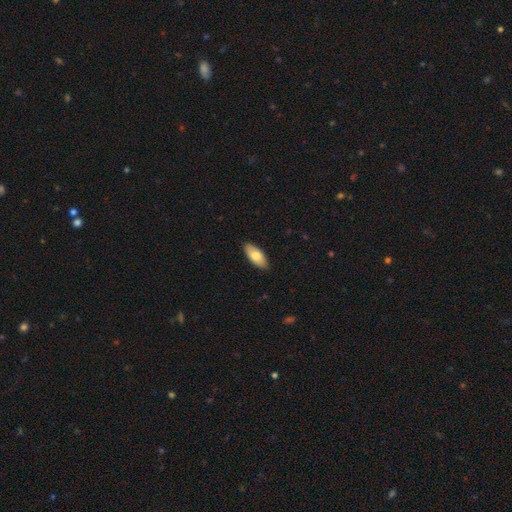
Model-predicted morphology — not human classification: type=smooth (76%); roundness=in between (88%); merging=none (88%).